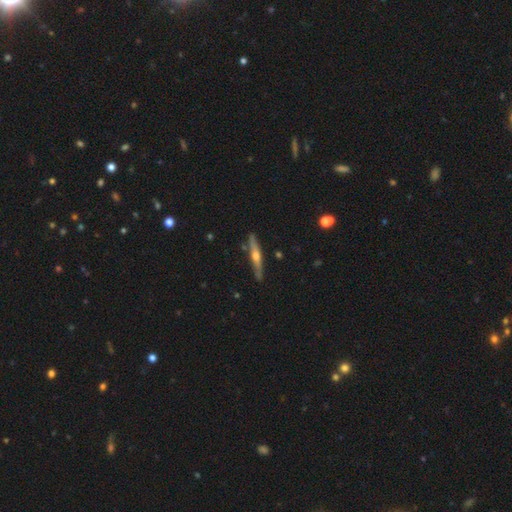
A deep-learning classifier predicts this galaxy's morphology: A featured or disk galaxy (68%) viewed edge-on (96%) with a rounded central bulge (89%).

Vote fractions:
- Smooth or featured? featured or disk: 68% / smooth: 26% / star or artifact: 6%
- Edge-on disk? yes: 96% / no: 4%
- Edge-on bulge? rounded: 89% / none: 8% / boxy: 4%
- Merging? none: 87% / minor disturbance: 9% / merger: 2% / major disturbance: 2%